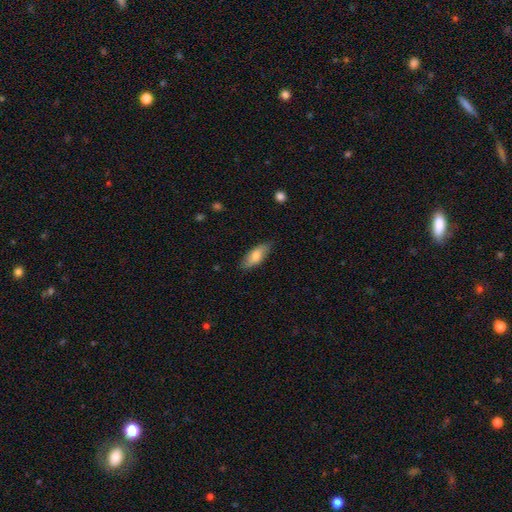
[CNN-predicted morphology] Smooth or featured? smooth (72%)
How rounded? in between (76%)
Merging? none (81%)